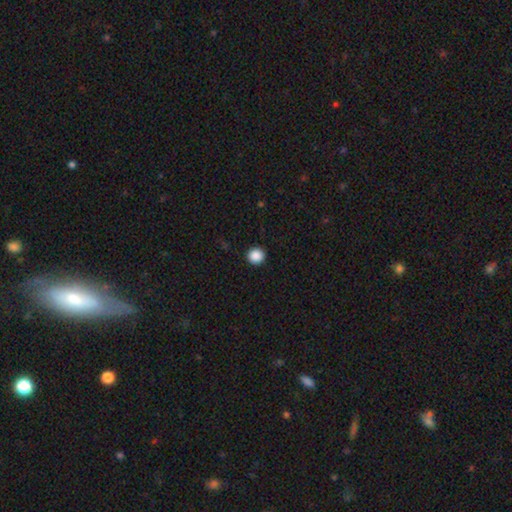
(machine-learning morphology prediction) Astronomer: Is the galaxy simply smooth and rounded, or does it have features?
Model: smooth — 88%.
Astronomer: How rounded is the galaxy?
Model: round — 95%.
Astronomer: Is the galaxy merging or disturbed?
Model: none — 93%.